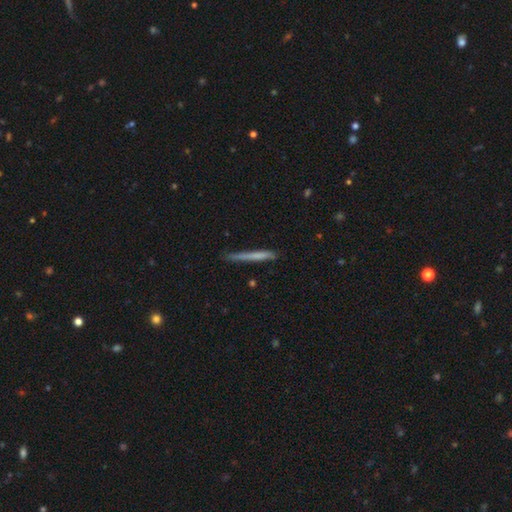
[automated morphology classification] Smooth or featured: smooth — 61% (featured or disk — 32%)
How rounded: cigar-shaped — 97% (in between — 2%)
Merging: none — 82% (minor disturbance — 14%)